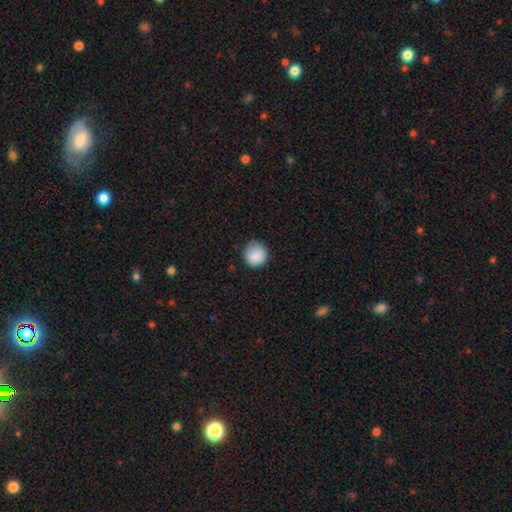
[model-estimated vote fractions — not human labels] smooth 87%, star or artifact 8%, featured or disk 5%. Down the decision tree: how rounded — round (91%); merging — none (75%).